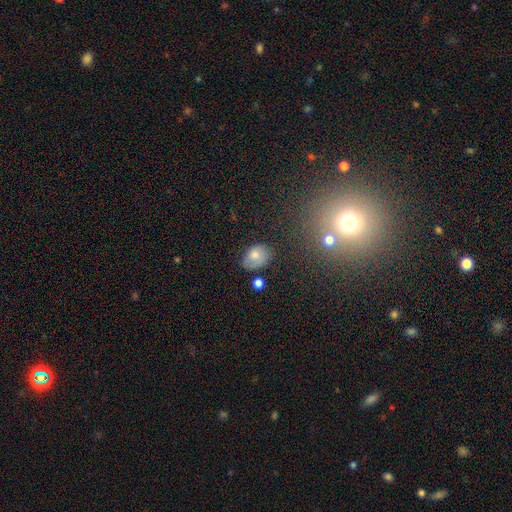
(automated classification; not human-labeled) This appears to be a smooth galaxy with no disk features (77%) that is in between round and cigar-shaped (78%). Merging: none (59%).